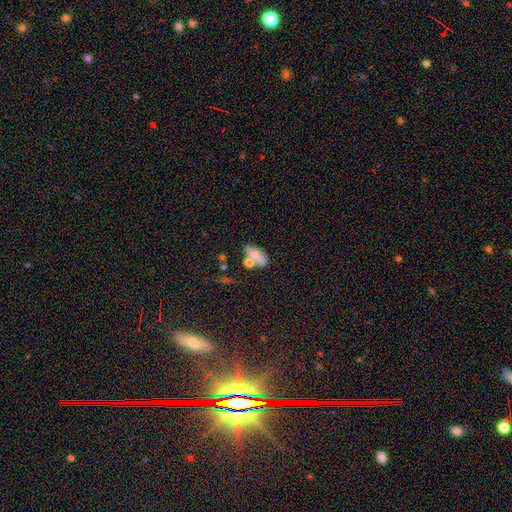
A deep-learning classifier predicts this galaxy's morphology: smooth-or-featured: smooth: 75% | featured or disk: 15% | star or artifact: 10%
  how-rounded: in between: 84% | cigar-shaped: 10% | round: 6%
  merging: none: 48% | merger: 29% | minor disturbance: 16% | major disturbance: 7%